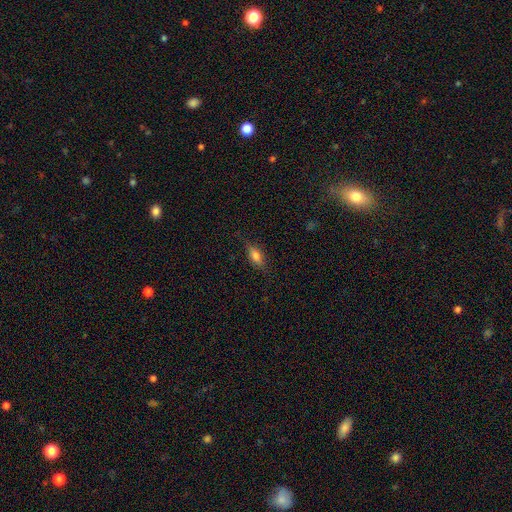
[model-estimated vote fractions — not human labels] Smooth or featured?
  - smooth: 71% *
  - featured or disk: 20%
  - star or artifact: 9%
How rounded?
  - in between: 74% *
  - cigar-shaped: 22%
  - round: 4%
Merging?
  - none: 78% *
  - minor disturbance: 17%
  - major disturbance: 4%
  - merger: 1%